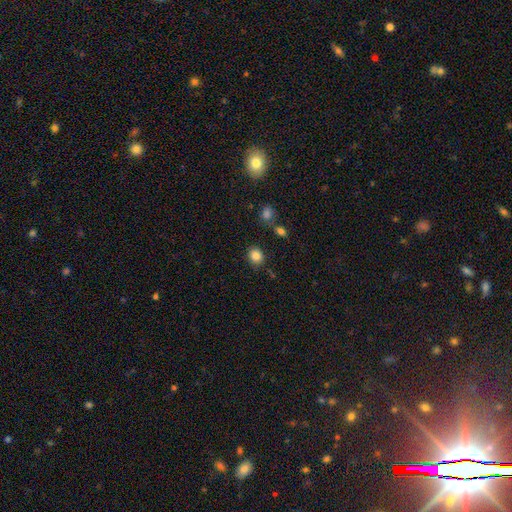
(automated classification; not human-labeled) Morphology: type=smooth (85%); roundness=round (69%); merging=none (83%).